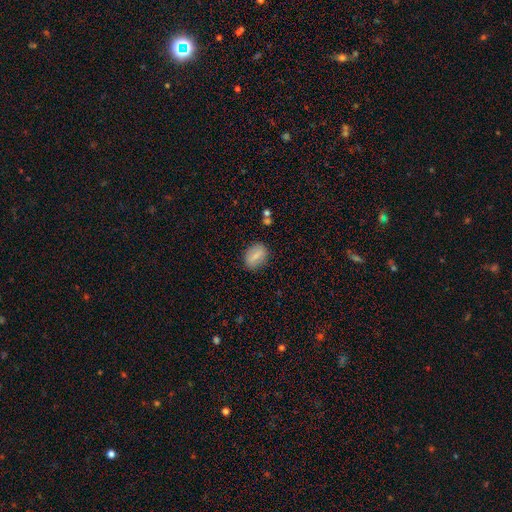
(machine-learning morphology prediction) Overall: smooth (73%). How rounded: in between (75%). Merging: none (84%).